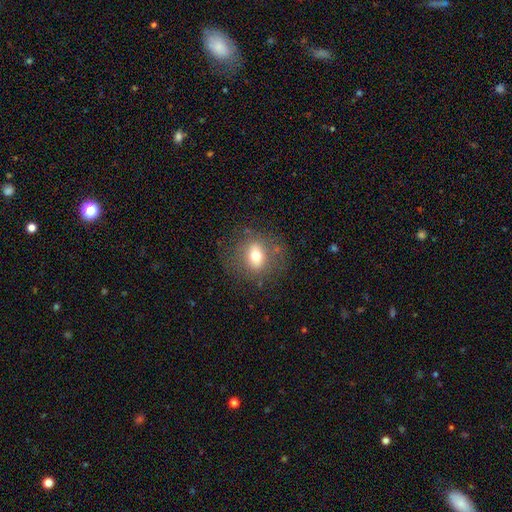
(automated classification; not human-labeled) Q: Smooth or featured?
A: smooth (64%); runner-up: featured or disk (25%)
Q: How rounded?
A: round (57%); runner-up: in between (41%)
Q: Merging?
A: none (78%); runner-up: minor disturbance (13%)